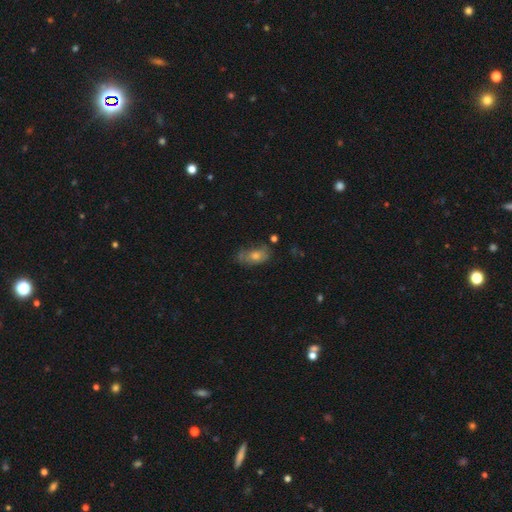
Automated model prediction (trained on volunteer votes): This is possibly a smooth galaxy (55%). How rounded: clearly in between (83%). Merging: possibly none (58%).